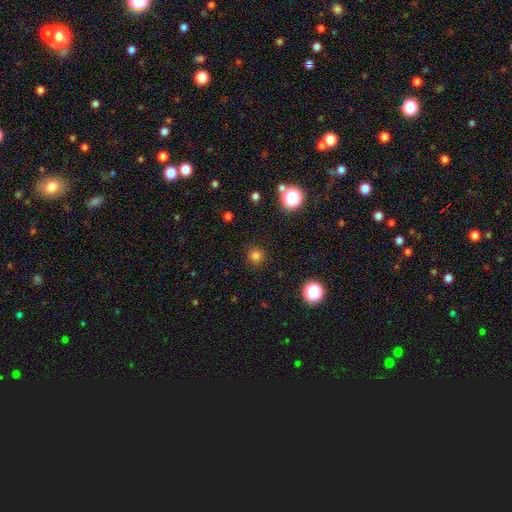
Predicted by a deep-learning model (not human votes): A smooth galaxy with no disk features (78%) that is round (93%). Merging: none (89%).